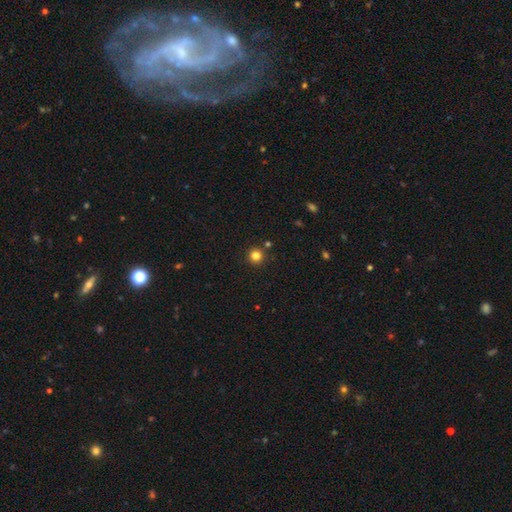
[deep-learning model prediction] A smooth galaxy with no disk features (82%) that is round (95%).

Vote fractions:
- Smooth or featured? smooth: 82% / star or artifact: 14% / featured or disk: 4%
- How rounded? round: 95% / in between: 4% / cigar-shaped: 1%
- Merging? none: 89% / minor disturbance: 5% / merger: 4% / major disturbance: 2%